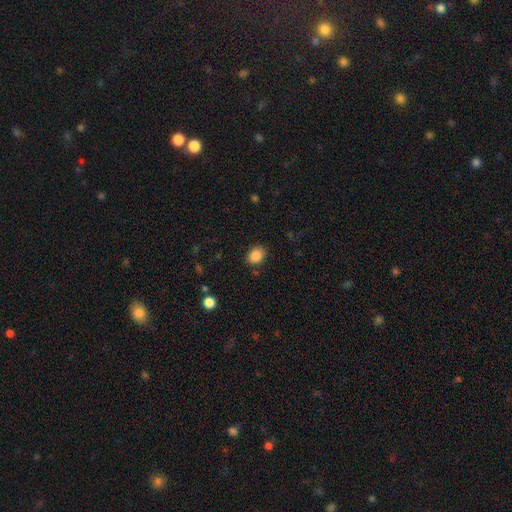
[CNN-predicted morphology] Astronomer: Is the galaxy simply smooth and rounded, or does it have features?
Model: smooth — 87%.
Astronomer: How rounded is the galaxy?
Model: in between — 50% (runner-up: round, 49%).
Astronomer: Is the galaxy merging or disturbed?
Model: none — 83%.